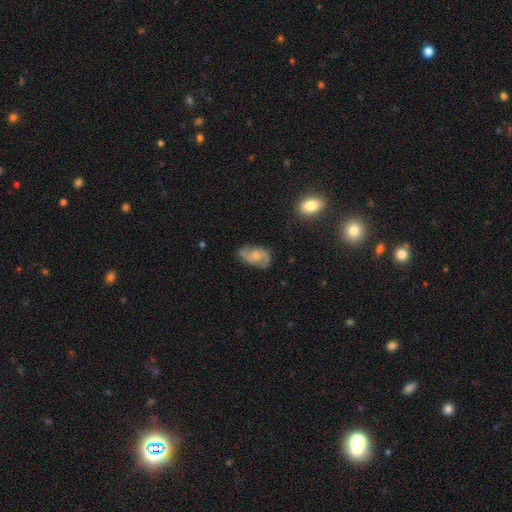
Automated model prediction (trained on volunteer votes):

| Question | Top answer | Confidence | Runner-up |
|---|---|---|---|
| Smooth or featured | featured or disk | 79% | smooth (15%) |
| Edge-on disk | no | 97% | yes (3%) |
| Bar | no | 59% | weak (35%) |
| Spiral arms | yes | 95% | no (5%) |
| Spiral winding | medium | 48% | loose (37%) |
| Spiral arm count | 2 | 91% | can't tell (4%) |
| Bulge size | small | 35% | none (28%) |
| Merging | none | 73% | minor disturbance (18%) |